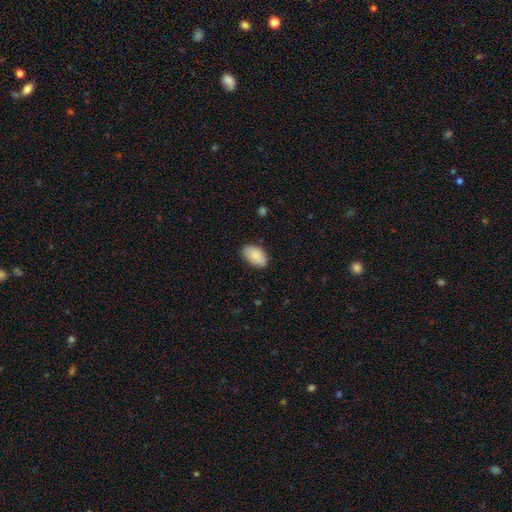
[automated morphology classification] smooth 87%, featured or disk 7%, star or artifact 6%. Down the decision tree: how rounded — in between (95%); merging — none (83%).